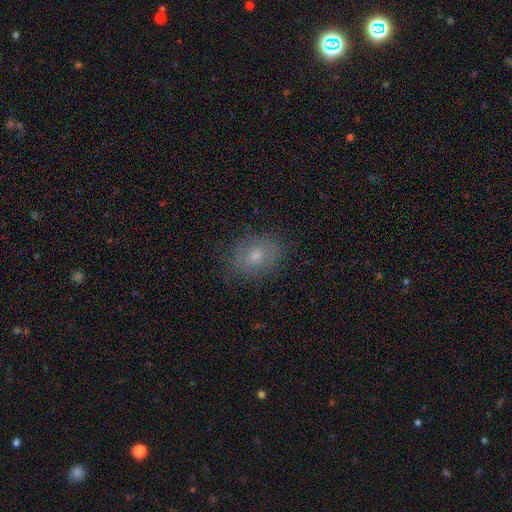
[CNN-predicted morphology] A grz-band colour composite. It shows a smooth galaxy with no disk features (64%) that is in between round and cigar-shaped (61%). Merging: none (80%).